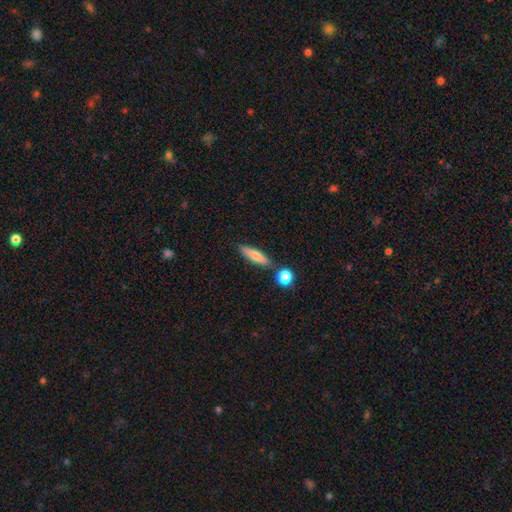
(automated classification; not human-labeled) smooth_or_featured: smooth (p=0.67) [alt: featured or disk p=0.25]
how_rounded: cigar-shaped (p=0.71) [alt: in between p=0.25]
merging: none (p=0.77) [alt: minor disturbance p=0.12]